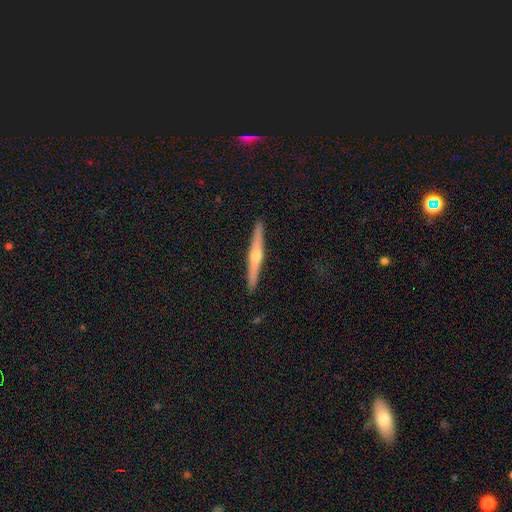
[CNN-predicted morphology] A featured or disk galaxy (70%) viewed edge-on (98%) with a rounded central bulge (92%).

Vote fractions:
- Smooth or featured? featured or disk: 70% / smooth: 24% / star or artifact: 5%
- Edge-on disk? yes: 98% / no: 2%
- Edge-on bulge? rounded: 92% / none: 6% / boxy: 3%
- Merging? none: 92% / minor disturbance: 6% / major disturbance: 1% / merger: 1%